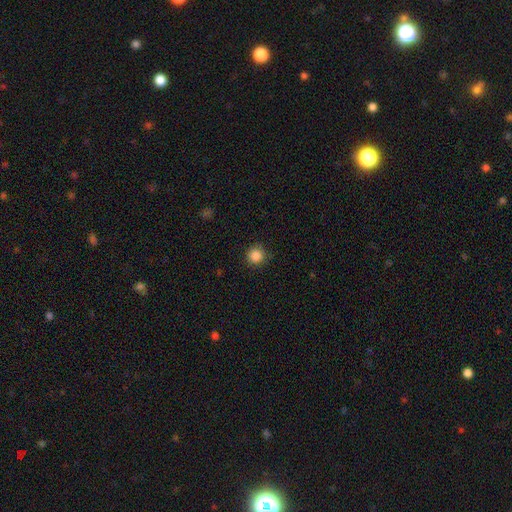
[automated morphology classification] Smooth or featured? smooth (86%)
How rounded? round (94%)
Merging? none (87%)